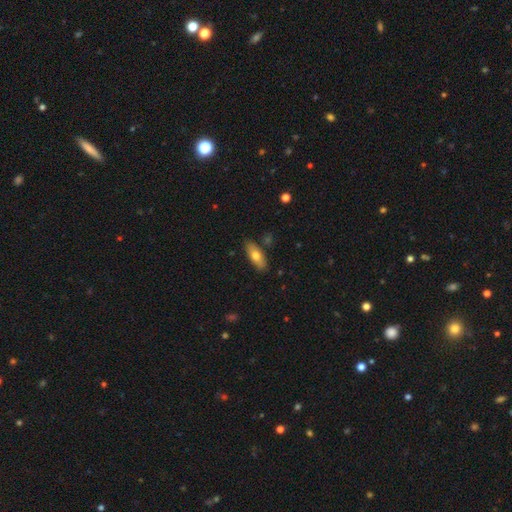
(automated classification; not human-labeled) This appears to be a smooth galaxy with no disk features (68%) that is in between round and cigar-shaped (72%). Merging: none (85%).